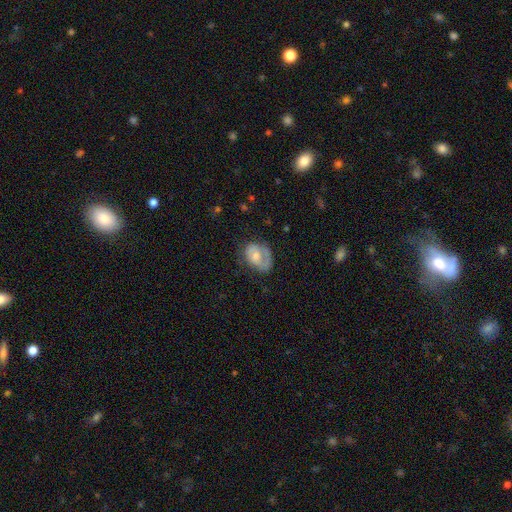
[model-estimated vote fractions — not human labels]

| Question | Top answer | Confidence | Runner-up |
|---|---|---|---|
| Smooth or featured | featured or disk | 47% | smooth (45%) |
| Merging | none | 49% | minor disturbance (30%) |